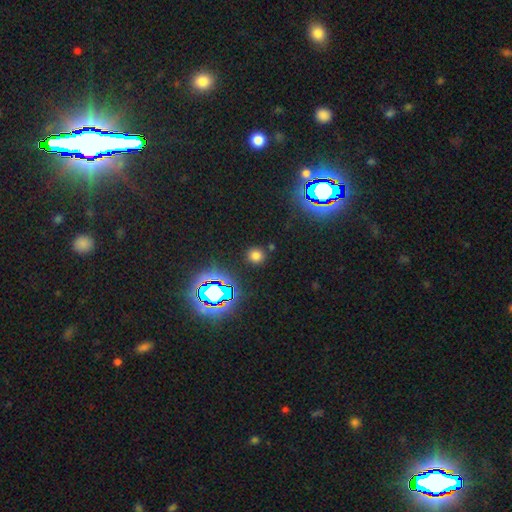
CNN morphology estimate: smooth_or_featured: smooth (p=0.68) [alt: star or artifact p=0.26]
how_rounded: round (p=0.89) [alt: in between p=0.10]
merging: none (p=0.87) [alt: minor disturbance p=0.07]